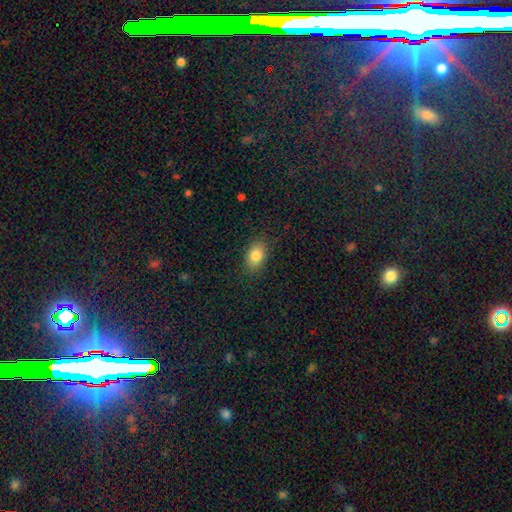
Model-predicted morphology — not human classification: Smooth or featured?
  - smooth: 84% *
  - star or artifact: 8%
  - featured or disk: 7%
How rounded?
  - in between: 85% *
  - round: 13%
  - cigar-shaped: 2%
Merging?
  - none: 86% *
  - minor disturbance: 10%
  - major disturbance: 3%
  - merger: 1%